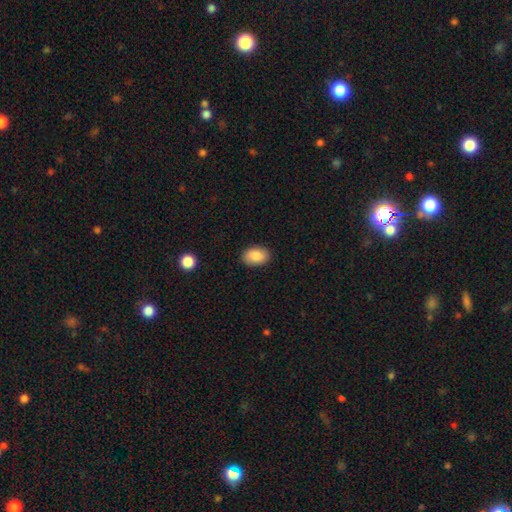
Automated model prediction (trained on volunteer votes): Overall: smooth (86%). How rounded: in between (88%). Merging: none (89%).